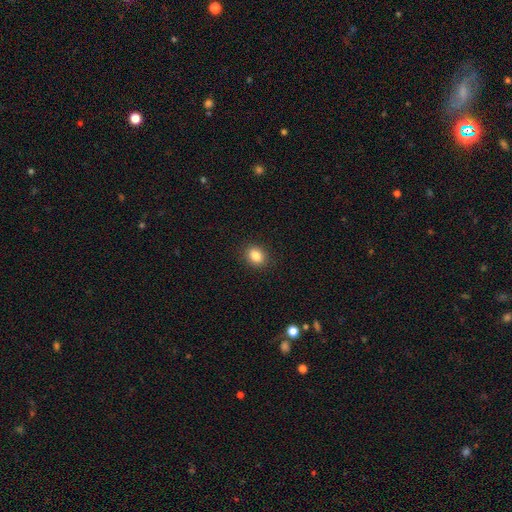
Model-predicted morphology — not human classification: This appears to be a smooth galaxy with no disk features (85%) that is in between round and cigar-shaped (54%). Merging: none (90%).